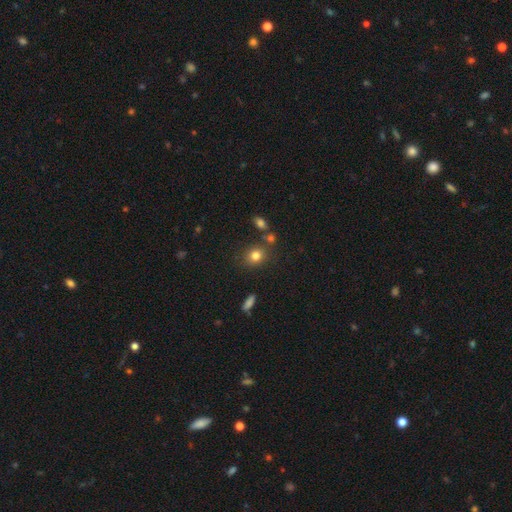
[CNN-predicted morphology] smooth-or-featured: smooth: 80% | star or artifact: 12% | featured or disk: 7%
  how-rounded: round: 69% | in between: 30% | cigar-shaped: 1%
  merging: none: 76% | minor disturbance: 11% | merger: 9% | major disturbance: 4%